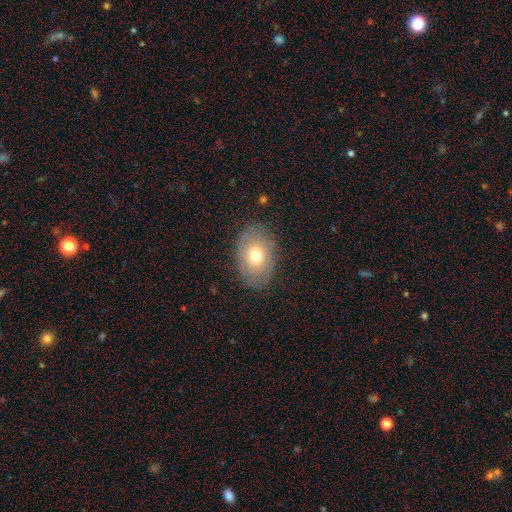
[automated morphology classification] Smooth or featured? Predicted: smooth (p=0.66). How rounded? Predicted: in between (p=0.82). Merging? Predicted: none (p=0.82).